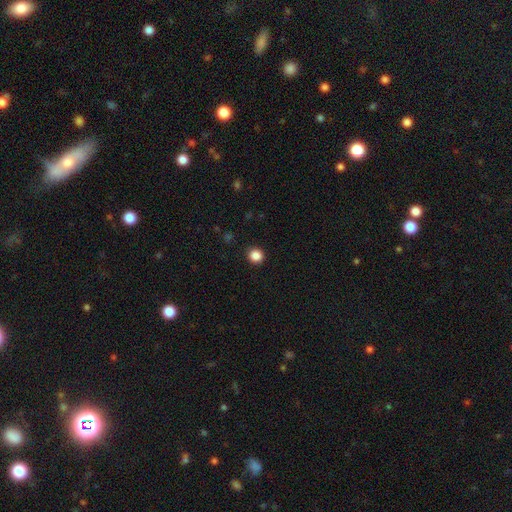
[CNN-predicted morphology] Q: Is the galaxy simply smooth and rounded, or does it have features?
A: smooth — 86%.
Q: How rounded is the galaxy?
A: round — 90%.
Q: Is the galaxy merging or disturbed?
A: none — 92%.